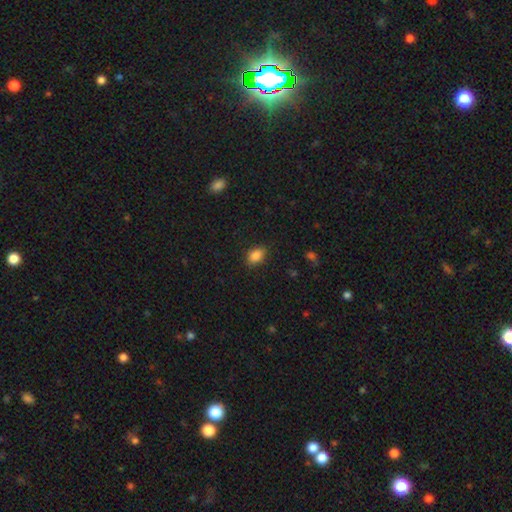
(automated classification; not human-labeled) Q: Smooth or featured?
A: smooth (86%); runner-up: star or artifact (9%)
Q: How rounded?
A: in between (83%); runner-up: round (15%)
Q: Merging?
A: none (85%); runner-up: minor disturbance (11%)